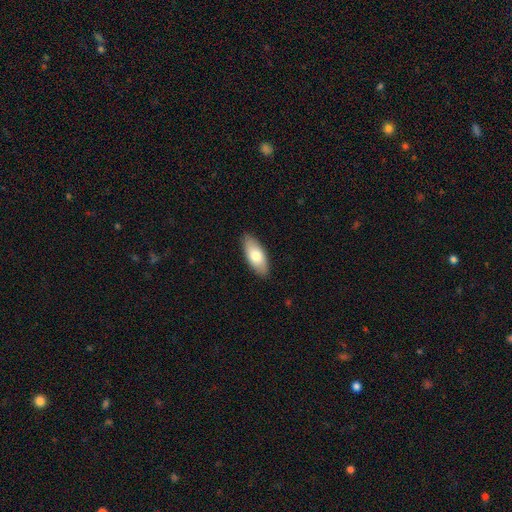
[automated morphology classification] type=smooth (75%); roundness=in between (84%); merging=none (88%).